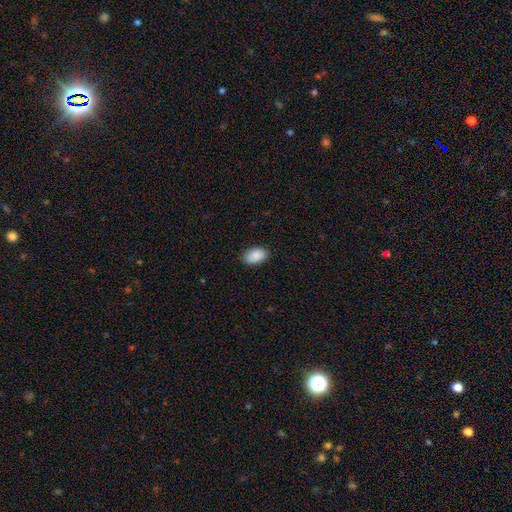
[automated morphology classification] Smooth or featured? Predicted: smooth (p=0.90). How rounded? Predicted: in between (p=0.93). Merging? Predicted: none (p=0.86).